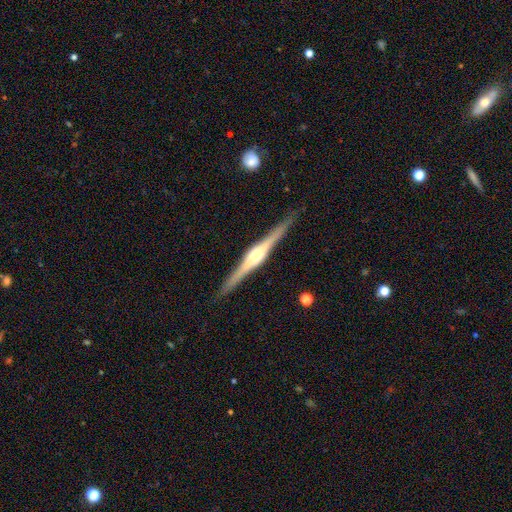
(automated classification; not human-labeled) smooth-or-featured: featured or disk: 86% | smooth: 10% | star or artifact: 5%
  disk-edge-on: yes: 98% | no: 2%
    edge-on-bulge: rounded: 81% | boxy: 16% | none: 3%
  merging: none: 91% | minor disturbance: 7% | major disturbance: 1% | merger: 1%